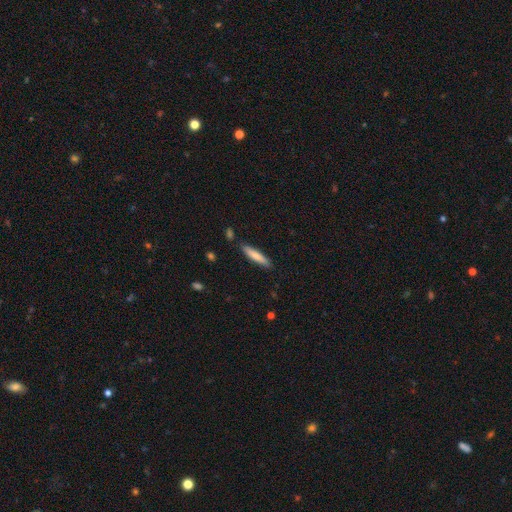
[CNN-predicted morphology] Smooth or featured: smooth — 76% (featured or disk — 18%)
How rounded: cigar-shaped — 86% (in between — 13%)
Merging: none — 84% (minor disturbance — 11%)